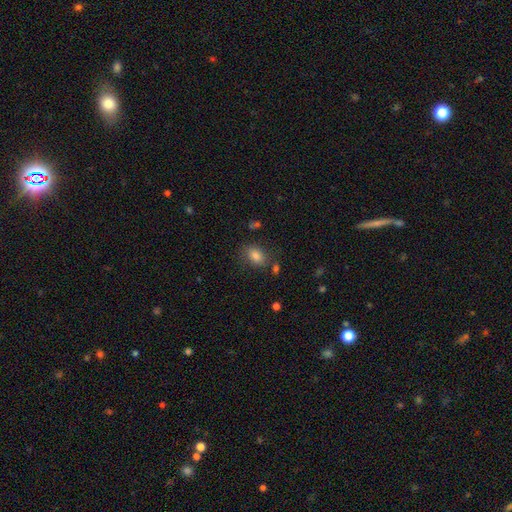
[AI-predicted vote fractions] Smooth or featured?
  - smooth: 80% *
  - star or artifact: 11%
  - featured or disk: 8%
How rounded?
  - in between: 79% *
  - round: 19%
  - cigar-shaped: 2%
Merging?
  - none: 76% *
  - minor disturbance: 14%
  - merger: 6%
  - major disturbance: 4%